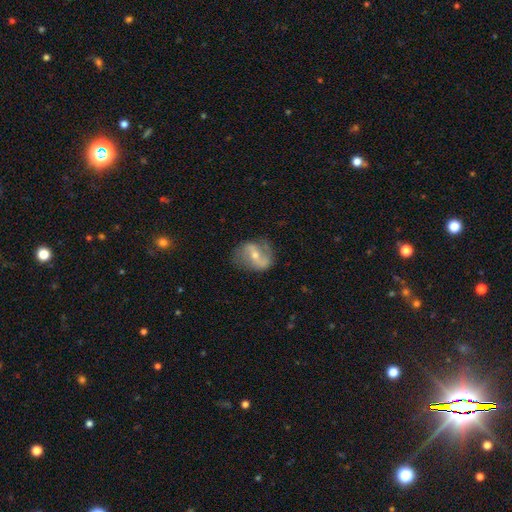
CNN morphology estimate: This appears to be a featured or disk galaxy (72%) with a weak bar (42%), 2 (86%) loose (51%) spiral arms (82%) and a moderate central bulge (53%). Merging: none (67%).